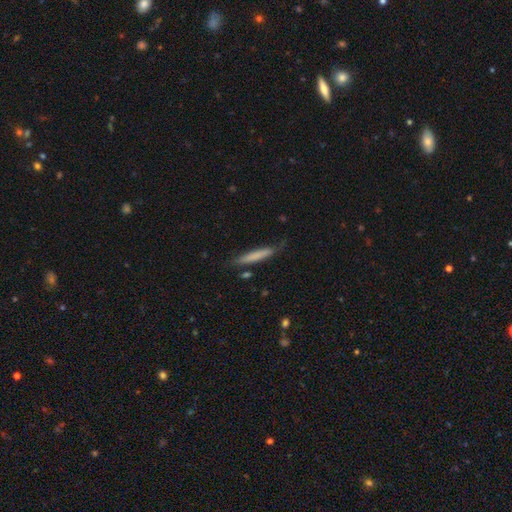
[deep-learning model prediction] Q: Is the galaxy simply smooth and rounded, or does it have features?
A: smooth — 70%.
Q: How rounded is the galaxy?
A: cigar-shaped — 94%.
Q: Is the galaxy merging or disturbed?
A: none — 74%.